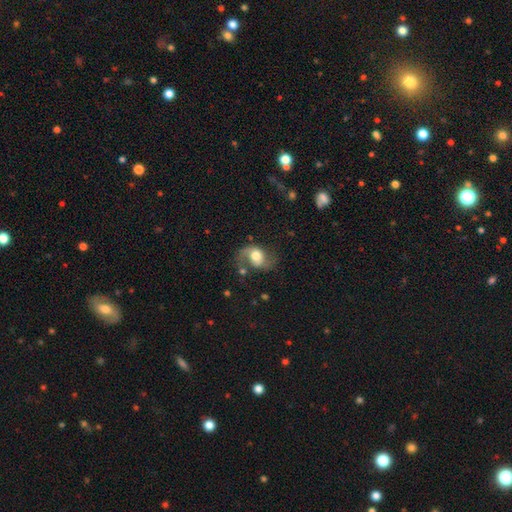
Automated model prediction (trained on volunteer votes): Smooth or featured?
  - featured or disk: 62% *
  - smooth: 30%
  - star or artifact: 8%
Edge-on disk?
  - no: 97% *
  - yes: 3%
Bar?
  - no: 61% *
  - weak: 29%
  - strong: 9%
Spiral arms?
  - yes: 85% *
  - no: 15%
Spiral winding?
  - loose: 57% *
  - medium: 35%
  - tight: 8%
Spiral arm count?
  - 2: 80% *
  - 1: 14%
  - can't tell: 4%
  - 3: 1%
  - 4: 1%
  - more than 4: 1%
Bulge size?
  - moderate: 51% *
  - large: 36%
  - small: 7%
  - dominant: 5%
  - none: 2%
Merging?
  - none: 53% *
  - minor disturbance: 23%
  - major disturbance: 20%
  - merger: 5%